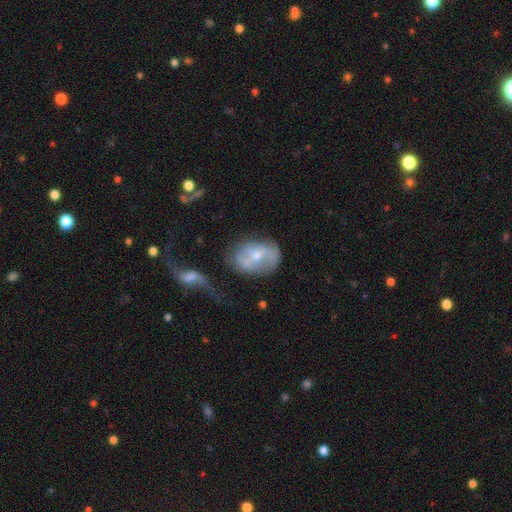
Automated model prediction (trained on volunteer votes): Q: Smooth or featured?
A: featured or disk (63%); runner-up: smooth (29%)
Q: Edge-on disk?
A: no (95%); runner-up: yes (5%)
Q: Bar?
A: no (50%); runner-up: weak (34%)
Q: Spiral arms?
A: yes (61%); runner-up: no (39%)
Q: Bulge size?
A: moderate (52%); runner-up: small (44%)
Q: Merging?
A: none (46%); runner-up: minor disturbance (26%)